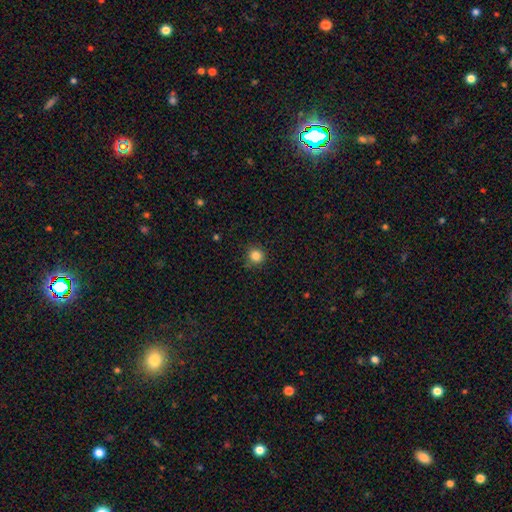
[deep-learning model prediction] smooth 84%, star or artifact 12%, featured or disk 4%. Down the decision tree: how rounded — round (92%); merging — none (87%).